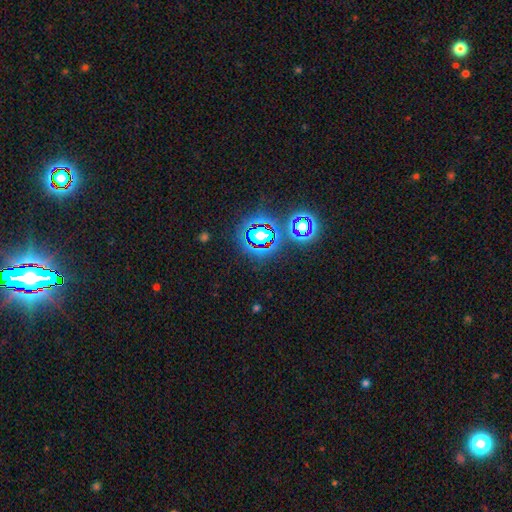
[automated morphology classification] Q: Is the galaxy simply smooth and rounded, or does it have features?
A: star or artifact — 77%.